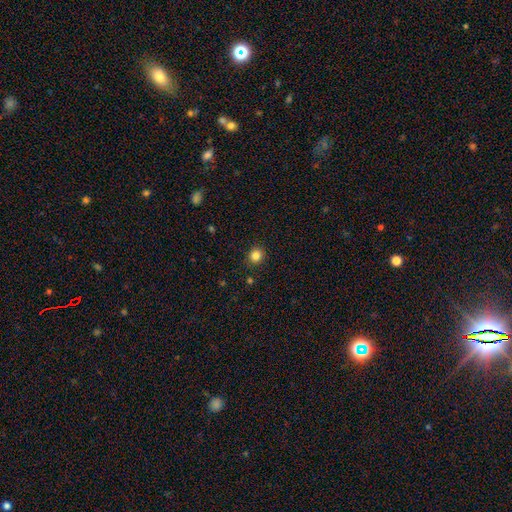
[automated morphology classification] Smooth or featured? smooth (83%)
How rounded? round (85%)
Merging? none (90%)